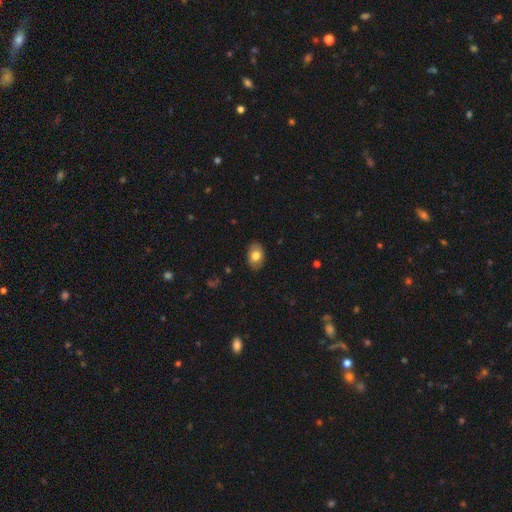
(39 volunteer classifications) This is clearly a smooth galaxy (87%). How rounded: clearly in between (85%). Merging: clearly none (83%).